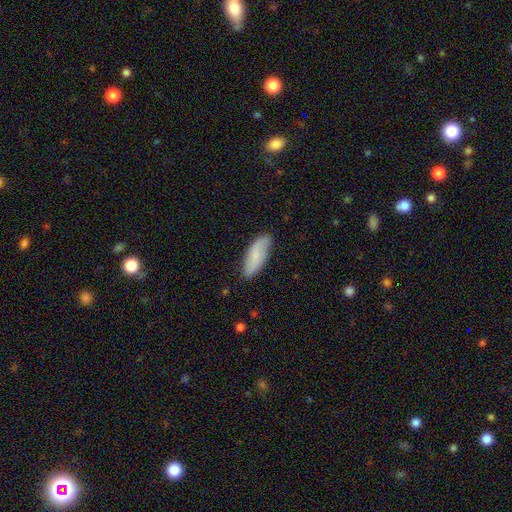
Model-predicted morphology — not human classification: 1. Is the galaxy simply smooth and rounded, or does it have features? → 66% smooth, 28% featured or disk, 6% star or artifact.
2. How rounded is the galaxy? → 72% in between, 26% cigar-shaped, 2% round.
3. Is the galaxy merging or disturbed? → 82% none, 14% minor disturbance, 2% major disturbance, 1% merger.